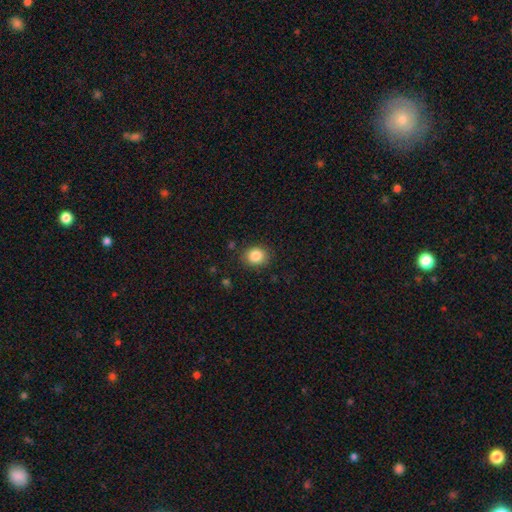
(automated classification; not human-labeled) Overall: smooth (85%). How rounded: round (69%; in between 30%). Merging: none (86%).